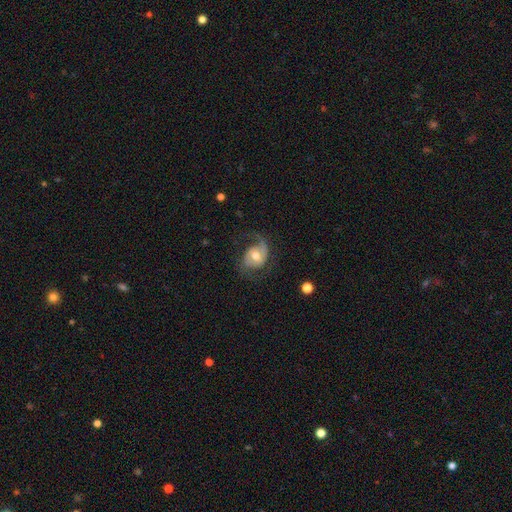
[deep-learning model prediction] Smooth or featured? Predicted: featured or disk (p=0.74). Edge-on disk? Predicted: no (p=0.97). Bar? Predicted: no (p=0.59). Spiral arms? Predicted: yes (p=0.91). Spiral winding? Predicted: medium (p=0.41). Spiral arm count? Predicted: 2 (p=0.57). Bulge size? Predicted: moderate (p=0.71). Merging? Predicted: none (p=0.53).